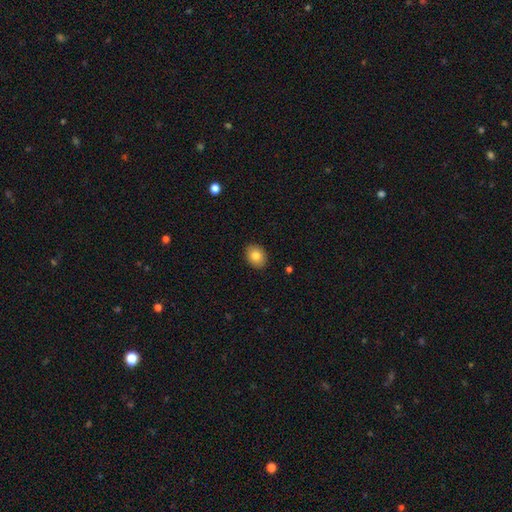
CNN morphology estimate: Overall: smooth (83%). How rounded: in between (58%; round 41%). Merging: none (90%).